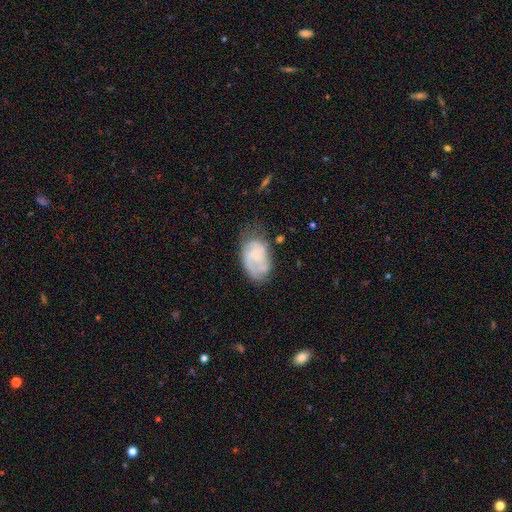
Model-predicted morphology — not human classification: Smooth or featured? Predicted: featured or disk (p=0.59). Edge-on disk? Predicted: no (p=0.97). Bar? Predicted: no (p=0.70). Spiral arms? Predicted: yes (p=0.79). Bulge size? Predicted: small (p=0.62). Merging? Predicted: none (p=0.52).